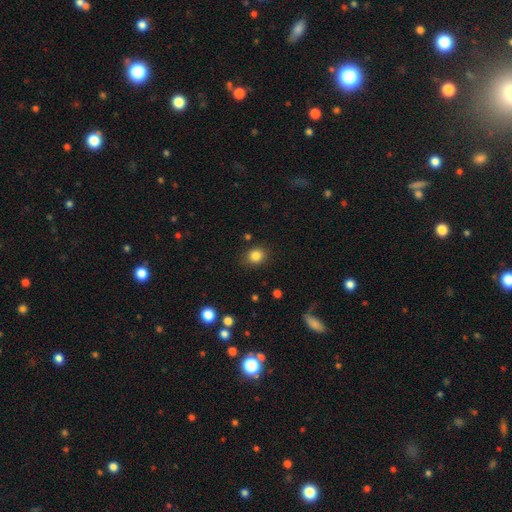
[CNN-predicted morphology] Smooth or featured? smooth (84%)
How rounded? round (68%)
Merging? none (85%)